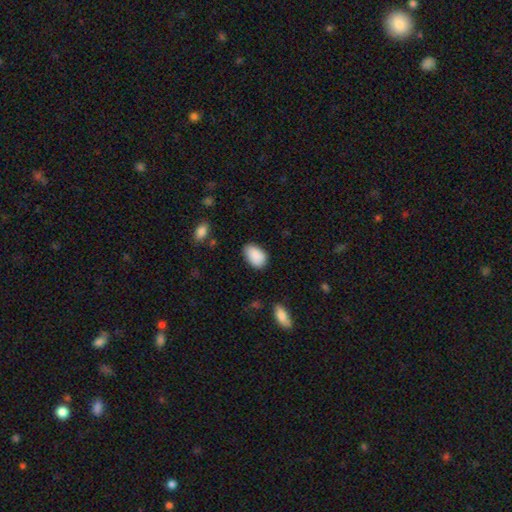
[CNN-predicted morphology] Smooth or featured? smooth (89%)
How rounded? in between (90%)
Merging? none (77%)